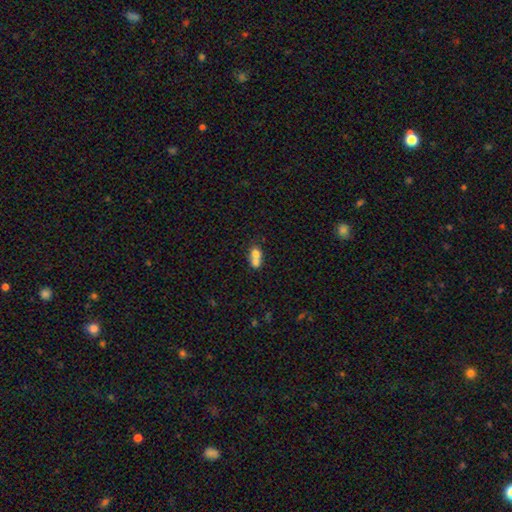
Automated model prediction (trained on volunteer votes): A smooth galaxy with no disk features (68%) that is round (51%).

Vote fractions:
- Smooth or featured? smooth: 68% / featured or disk: 22% / star or artifact: 10%
- How rounded? round: 51% / in between: 47% / cigar-shaped: 2%
- Merging? merger: 71% / none: 20% / minor disturbance: 6% / major disturbance: 3%